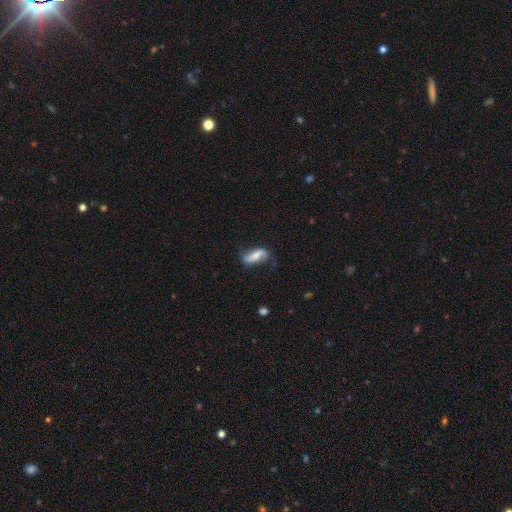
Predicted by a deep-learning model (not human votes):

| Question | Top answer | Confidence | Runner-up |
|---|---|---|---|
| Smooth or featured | featured or disk | 56% | smooth (37%) |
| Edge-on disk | no | 87% | yes (13%) |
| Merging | none | 64% | minor disturbance (25%) |